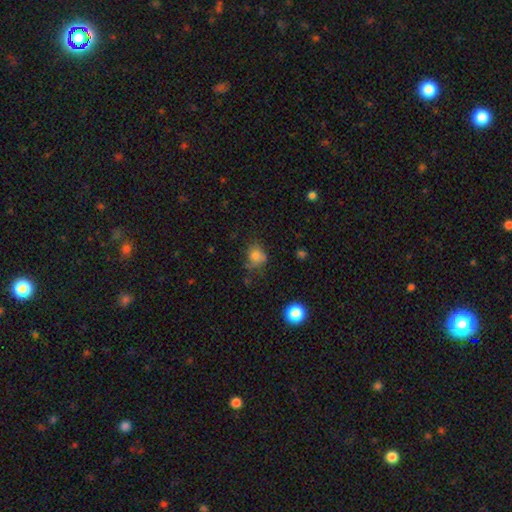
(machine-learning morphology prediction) smooth_or_featured: smooth (p=0.76) [alt: star or artifact p=0.14]
how_rounded: round (p=0.64) [alt: in between p=0.35]
merging: none (p=0.52) [alt: minor disturbance p=0.28]